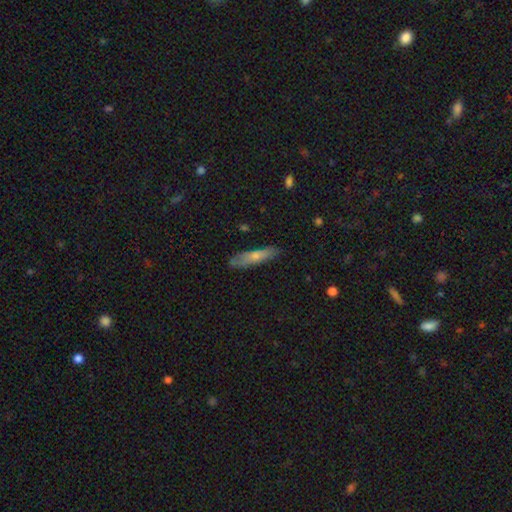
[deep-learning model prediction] smooth 59%, featured or disk 34%, star or artifact 7%. Down the decision tree: how rounded — cigar-shaped (81%); merging — none (80%).